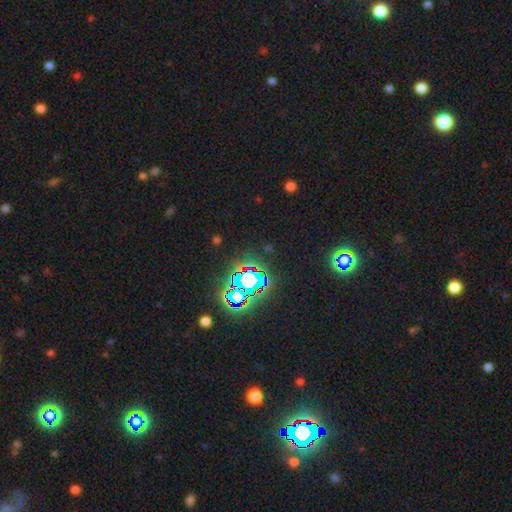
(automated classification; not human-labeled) star or artifact 81%, smooth 11%, featured or disk 7%.